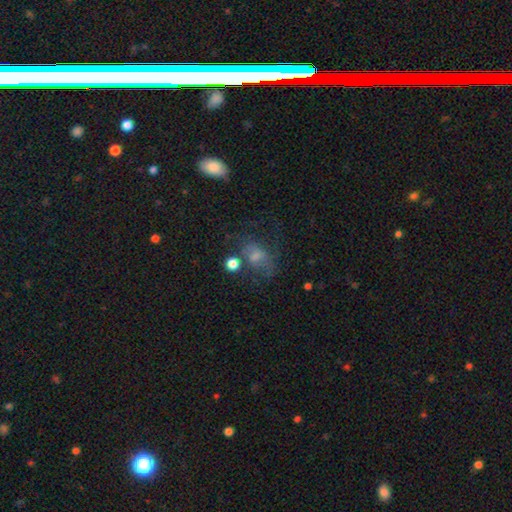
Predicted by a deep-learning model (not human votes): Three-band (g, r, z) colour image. It shows a smooth galaxy with no disk features (49%). Merging: none (46%).